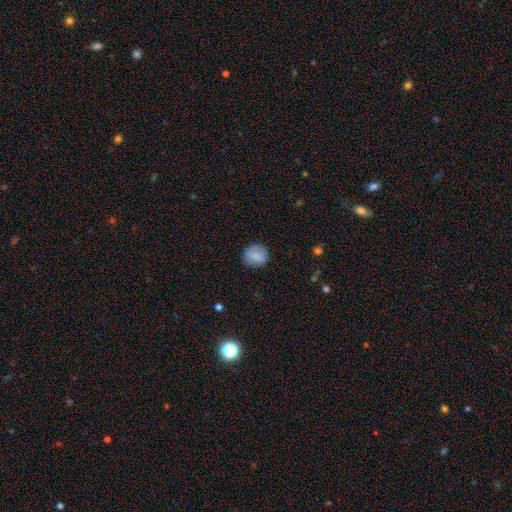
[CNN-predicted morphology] Overall: smooth (84%). How rounded: round (83%). Merging: none (84%).